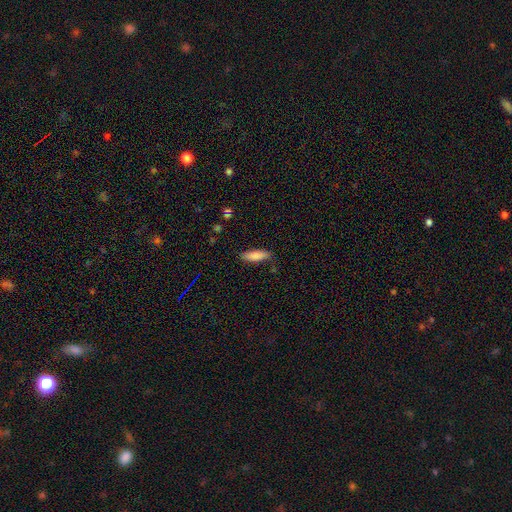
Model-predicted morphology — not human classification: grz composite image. It shows a smooth galaxy with no disk features (85%) that is in between round and cigar-shaped (52%). Merging: none (82%).